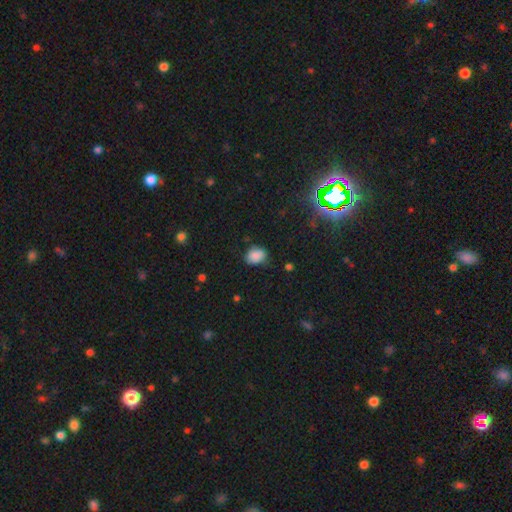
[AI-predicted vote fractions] smooth 84%, star or artifact 10%, featured or disk 5%. Down the decision tree: how rounded — in between (62%); merging — none (68%).